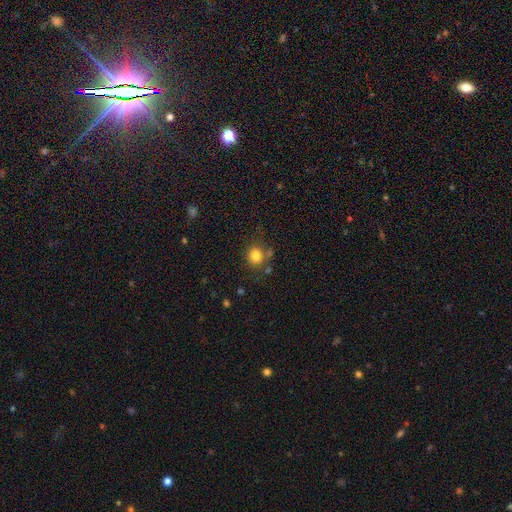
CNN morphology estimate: Smooth or featured?
  - smooth: 81% *
  - star or artifact: 12%
  - featured or disk: 7%
How rounded?
  - round: 83% *
  - in between: 16%
  - cigar-shaped: 1%
Merging?
  - none: 76% *
  - minor disturbance: 12%
  - merger: 9%
  - major disturbance: 4%